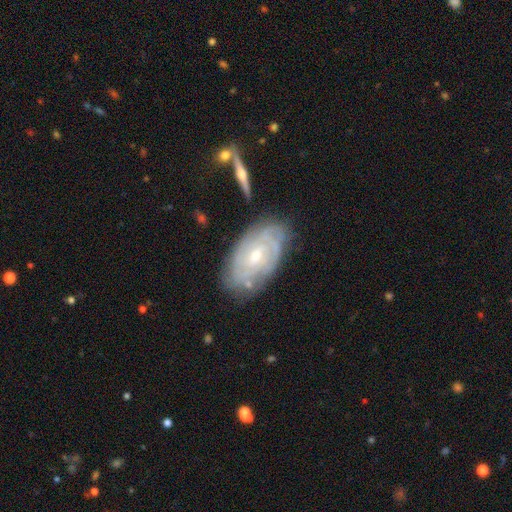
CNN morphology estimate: Q: Smooth or featured?
A: featured or disk (78%); runner-up: smooth (15%)
Q: Edge-on disk?
A: no (93%); runner-up: yes (7%)
Q: Bar?
A: no (57%); runner-up: weak (37%)
Q: Spiral arms?
A: yes (91%); runner-up: no (9%)
Q: Spiral winding?
A: tight (73%); runner-up: medium (21%)
Q: Spiral arm count?
A: can't tell (49%); runner-up: 2 (15%)
Q: Bulge size?
A: moderate (48%); runner-up: small (47%)
Q: Merging?
A: none (74%); runner-up: minor disturbance (18%)